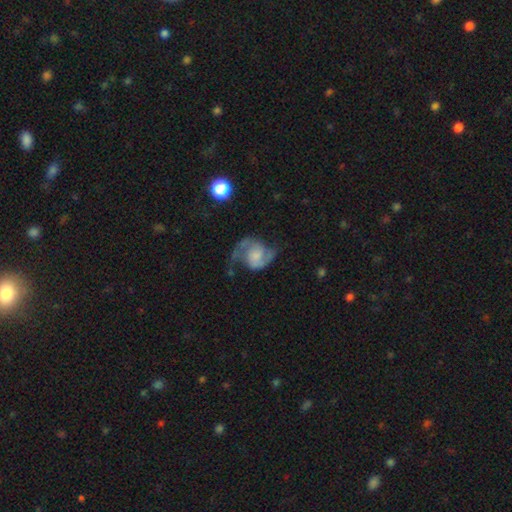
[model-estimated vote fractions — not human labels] Smooth or featured?
  - featured or disk: 84% *
  - smooth: 11%
  - star or artifact: 6%
Edge-on disk?
  - no: 98% *
  - yes: 2%
Bar?
  - no: 63% *
  - weak: 30%
  - strong: 7%
Spiral arms?
  - yes: 96% *
  - no: 4%
Spiral winding?
  - medium: 48% *
  - loose: 37%
  - tight: 15%
Spiral arm count?
  - 2: 92% *
  - can't tell: 3%
  - 1: 2%
  - 3: 1%
  - 4: 1%
  - more than 4: 1%
Bulge size?
  - none: 34% *
  - small: 25%
  - moderate: 24%
  - large: 14%
  - dominant: 3%
Merging?
  - none: 60% *
  - minor disturbance: 21%
  - major disturbance: 16%
  - merger: 3%